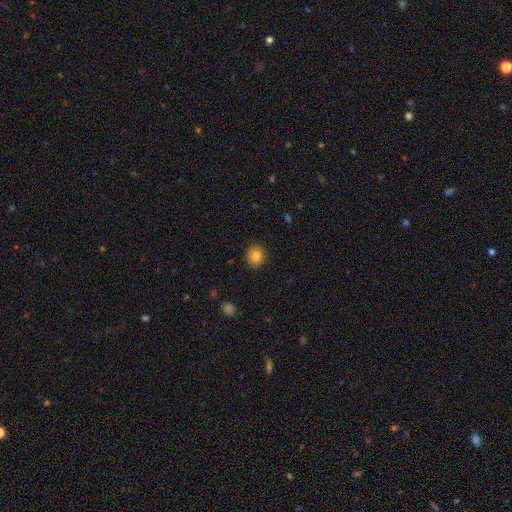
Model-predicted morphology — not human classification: Smooth or featured? Predicted: smooth (p=0.84). How rounded? Predicted: round (p=0.81). Merging? Predicted: none (p=0.89).